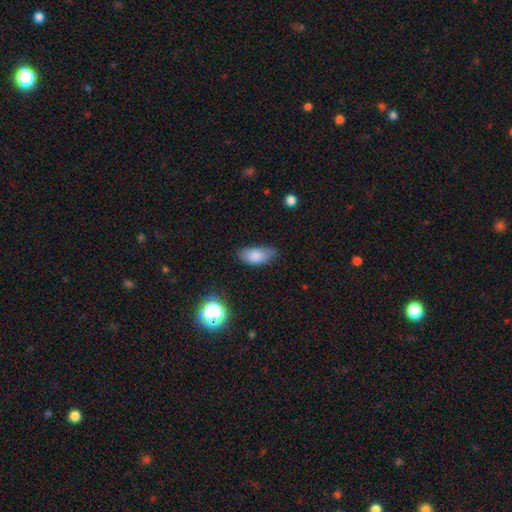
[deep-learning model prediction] Smooth or featured? smooth (82%)
How rounded? in between (88%)
Merging? none (65%)